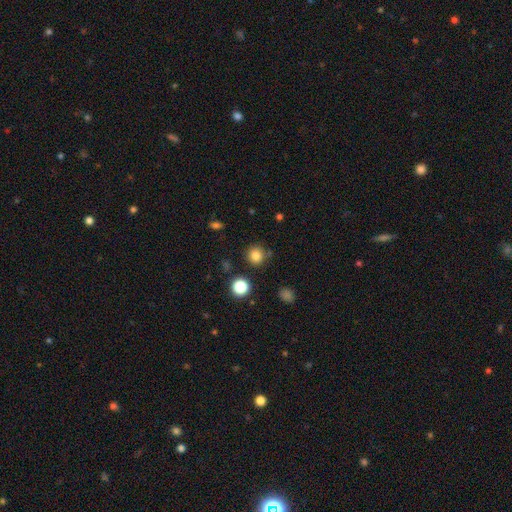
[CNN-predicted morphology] type=smooth (81%); roundness=round (91%); merging=none (84%).